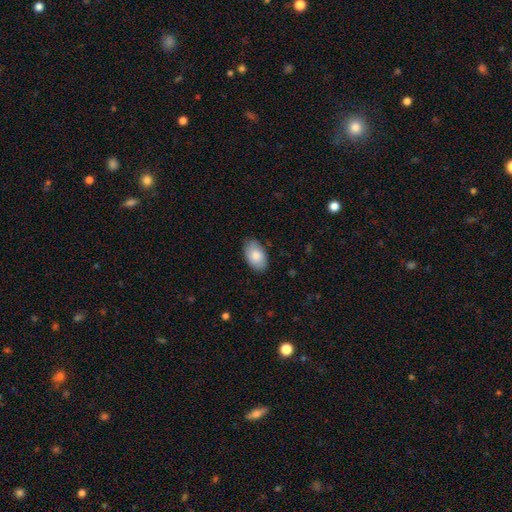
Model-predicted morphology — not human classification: type=smooth (83%); roundness=in between (93%); merging=none (84%).